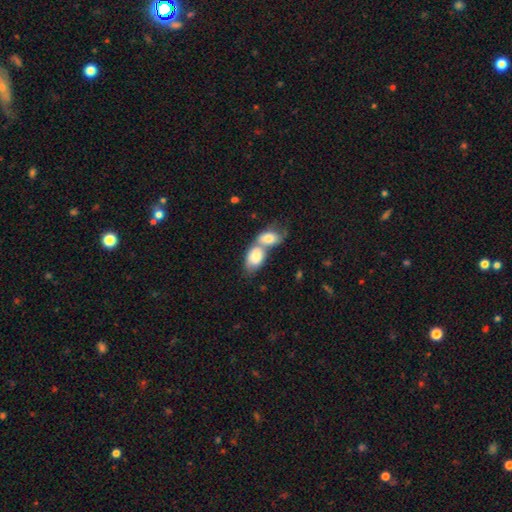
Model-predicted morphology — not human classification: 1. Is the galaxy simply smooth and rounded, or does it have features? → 78% smooth, 16% featured or disk, 6% star or artifact.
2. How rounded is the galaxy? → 86% in between, 12% round, 2% cigar-shaped.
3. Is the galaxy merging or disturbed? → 77% merger, 13% none, 6% minor disturbance, 4% major disturbance.